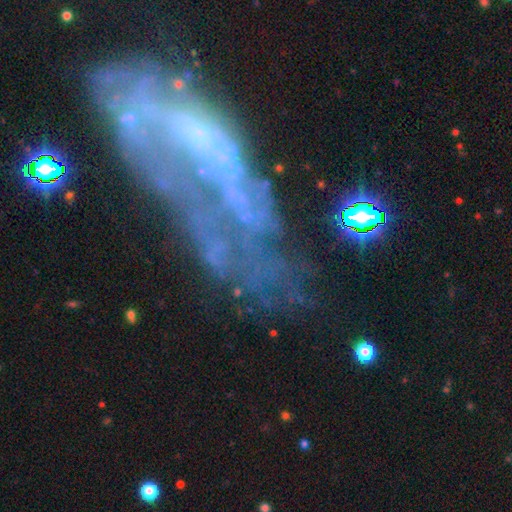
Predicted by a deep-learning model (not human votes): A featured or disk galaxy (60%) with no bar (76%), no spiral arms (63%) and no central bulge (51%).

Vote fractions:
- Smooth or featured? featured or disk: 60% / star or artifact: 25% / smooth: 15%
- Edge-on disk? no: 89% / yes: 11%
- Bar? no: 76% / weak: 15% / strong: 9%
- Spiral arms? no: 63% / yes: 37%
- Bulge size? none: 51% / small: 31% / moderate: 12% / large: 3% / dominant: 2%
- Merging? none: 34% (tied) / major disturbance: 34% (tied) / merger: 18% / minor disturbance: 15%